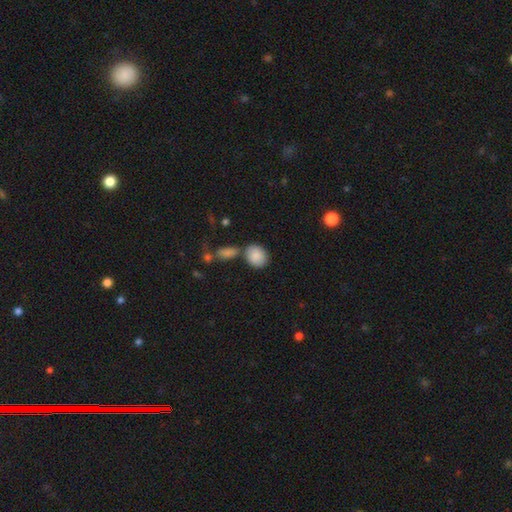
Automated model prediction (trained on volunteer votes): Morphology: type=smooth (87%); roundness=round (55%); merging=none (66%).